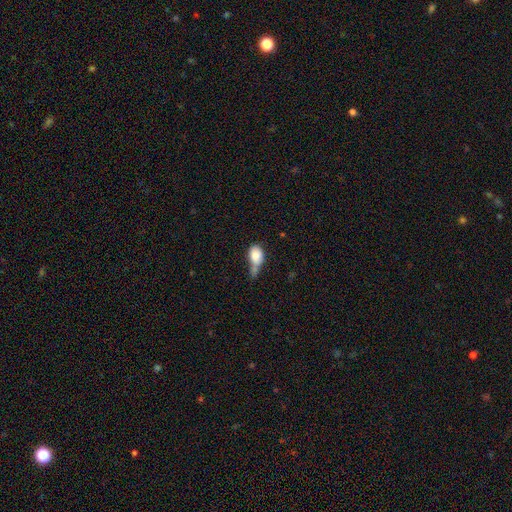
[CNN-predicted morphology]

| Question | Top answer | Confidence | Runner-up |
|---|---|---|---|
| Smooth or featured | smooth | 82% | featured or disk (10%) |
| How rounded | in between | 79% | round (18%) |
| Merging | merger | 34% | minor disturbance (26%) |